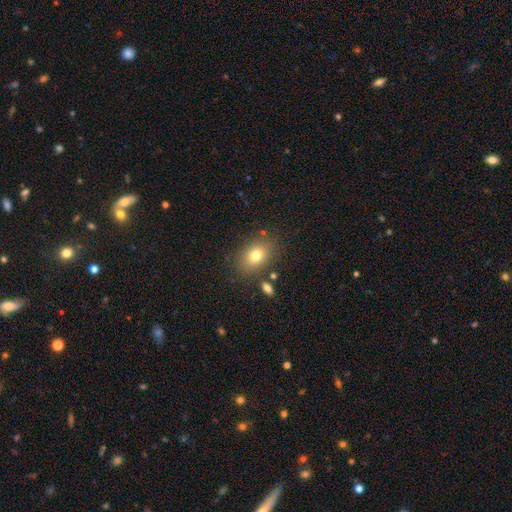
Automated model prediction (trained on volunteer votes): Smooth or featured: smooth — 77% (featured or disk — 12%)
How rounded: in between — 75% (round — 24%)
Merging: none — 80% (minor disturbance — 11%)